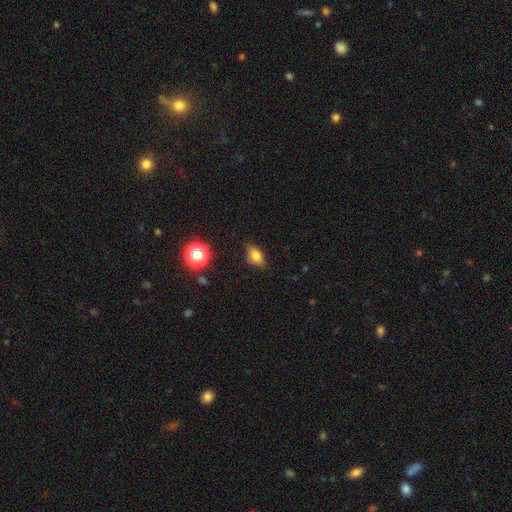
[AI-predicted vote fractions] smooth 74%, featured or disk 14%, star or artifact 12%. Down the decision tree: how rounded — in between (79%); merging — none (72%).